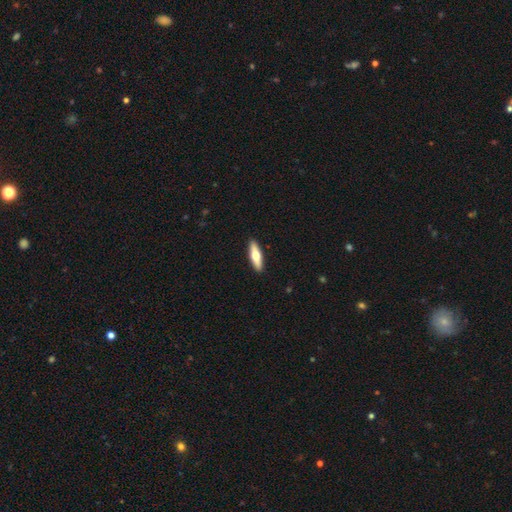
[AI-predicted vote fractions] Smooth or featured?
  - smooth: 50% *
  - featured or disk: 45%
  - star or artifact: 5%
Merging?
  - none: 92% *
  - minor disturbance: 6%
  - major disturbance: 1%
  - merger: 1%